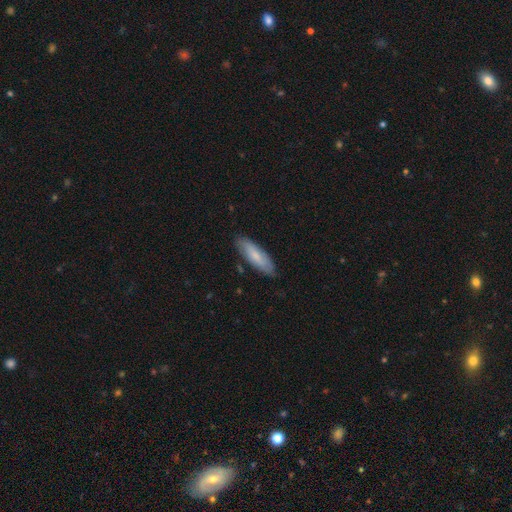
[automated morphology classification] This appears to be a smooth galaxy with no disk features (72%) that is cigar-shaped (53%). Merging: none (84%).